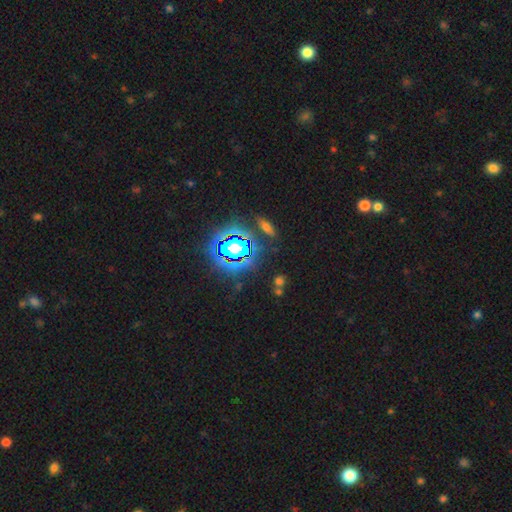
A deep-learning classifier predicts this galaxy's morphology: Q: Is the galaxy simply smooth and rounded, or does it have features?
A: star or artifact — 81%.